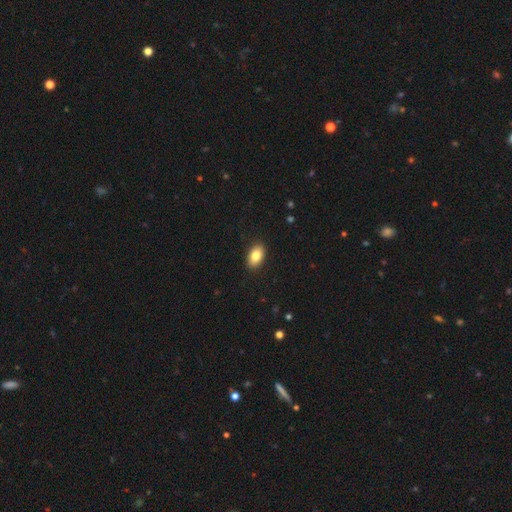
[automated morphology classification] A smooth galaxy with no disk features (83%) that is in between round and cigar-shaped (91%).

Vote fractions:
- Smooth or featured? smooth: 83% / featured or disk: 9% / star or artifact: 8%
- How rounded? in between: 91% / round: 7% / cigar-shaped: 2%
- Merging? none: 90% / minor disturbance: 7% / major disturbance: 2% / merger: 1%